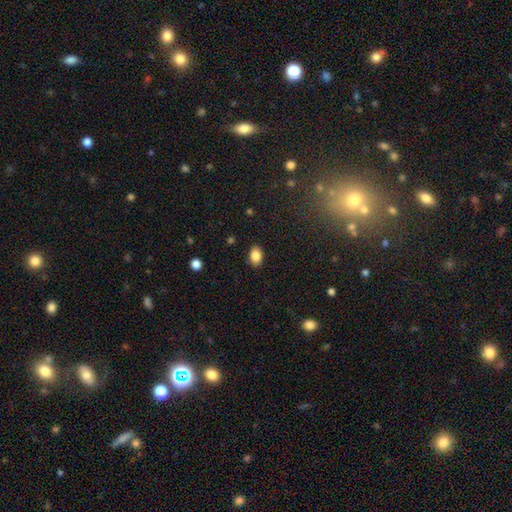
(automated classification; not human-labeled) A smooth galaxy with no disk features (86%) that is in between round and cigar-shaped (81%). Merging: none (88%).